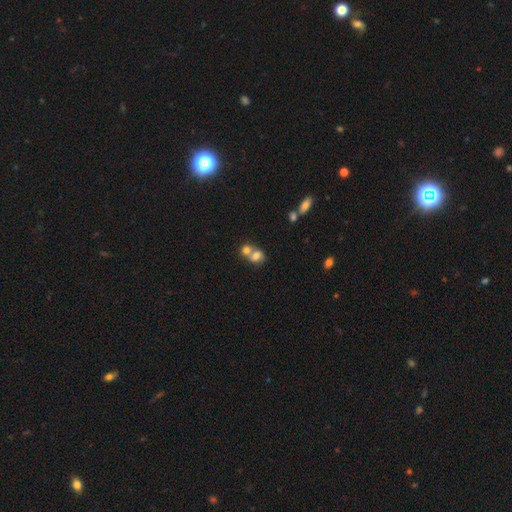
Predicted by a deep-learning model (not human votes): Smooth or featured?
  - smooth: 74% *
  - featured or disk: 15%
  - star or artifact: 10%
How rounded?
  - round: 55% *
  - in between: 44%
  - cigar-shaped: 1%
Merging?
  - merger: 66% *
  - none: 24%
  - minor disturbance: 6%
  - major disturbance: 3%